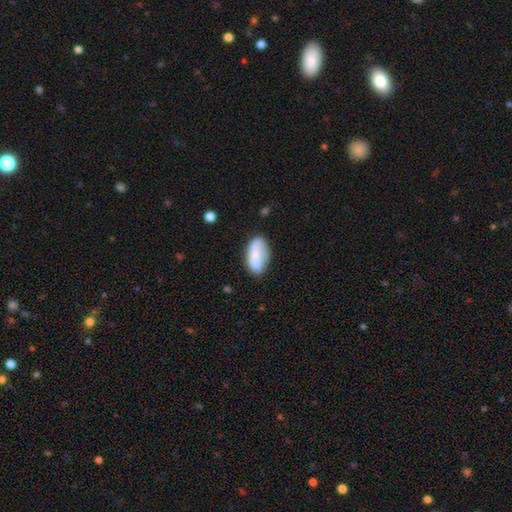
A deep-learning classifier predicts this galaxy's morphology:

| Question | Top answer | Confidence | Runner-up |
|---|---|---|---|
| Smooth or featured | smooth | 77% | featured or disk (16%) |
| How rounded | in between | 90% | cigar-shaped (7%) |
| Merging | none | 59% | minor disturbance (27%) |